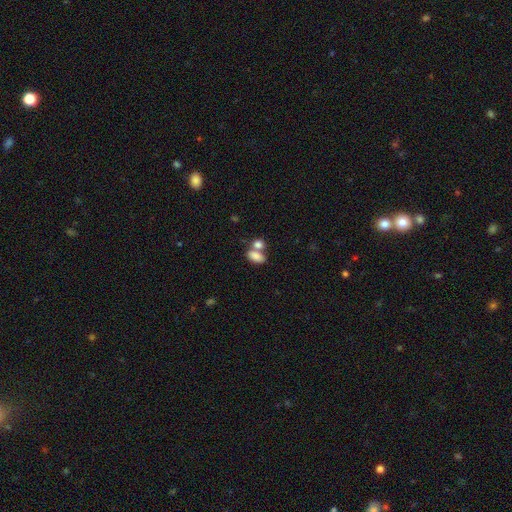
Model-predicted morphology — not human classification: Smooth or featured? smooth (83%)
How rounded? in between (89%)
Merging? merger (52%)